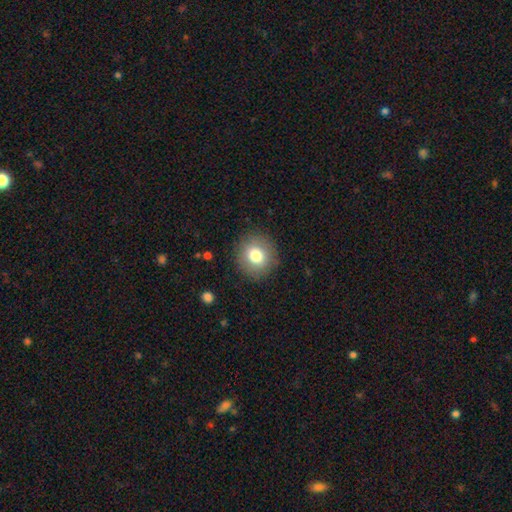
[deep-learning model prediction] Morphology: type=smooth (78%); roundness=round (90%); merging=none (89%).